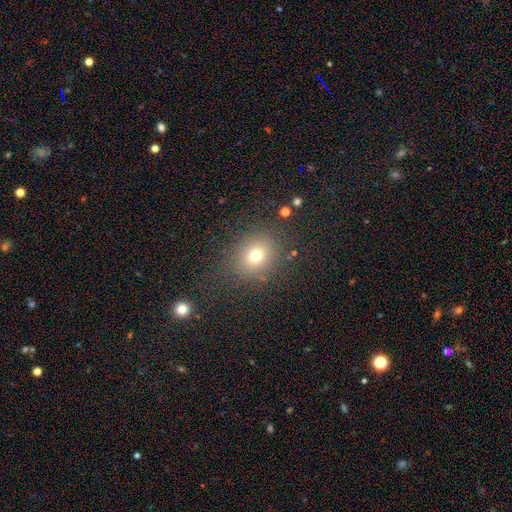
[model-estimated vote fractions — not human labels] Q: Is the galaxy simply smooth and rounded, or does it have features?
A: smooth — 72%.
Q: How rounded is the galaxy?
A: round — 71%.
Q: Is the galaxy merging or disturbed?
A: none — 83%.